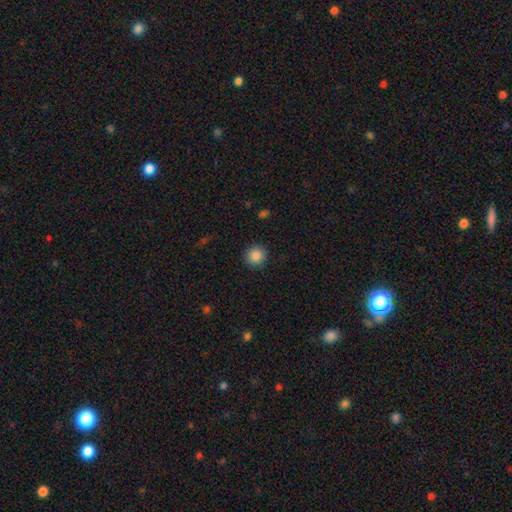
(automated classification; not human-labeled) Overall: smooth (86%). How rounded: round (94%). Merging: none (92%).